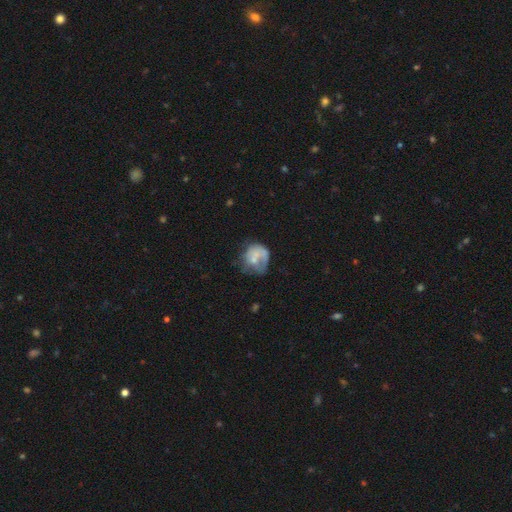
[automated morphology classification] A smooth galaxy with no disk features (50%).

Vote fractions:
- Smooth or featured? smooth: 50% / featured or disk: 41% / star or artifact: 9%
- Merging? none: 33% / major disturbance: 32% / minor disturbance: 24% / merger: 10%